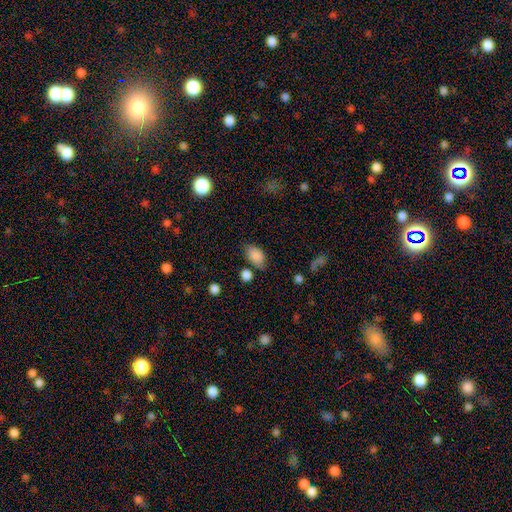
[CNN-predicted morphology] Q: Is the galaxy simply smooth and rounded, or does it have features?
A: smooth — 85%.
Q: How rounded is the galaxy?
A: in between — 89%.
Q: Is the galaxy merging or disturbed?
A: none — 69%.